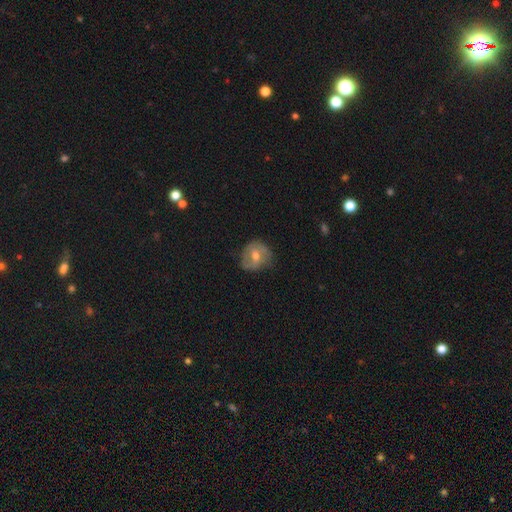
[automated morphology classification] Overall: featured or disk (49%; smooth 43%). Merging: none (67%).